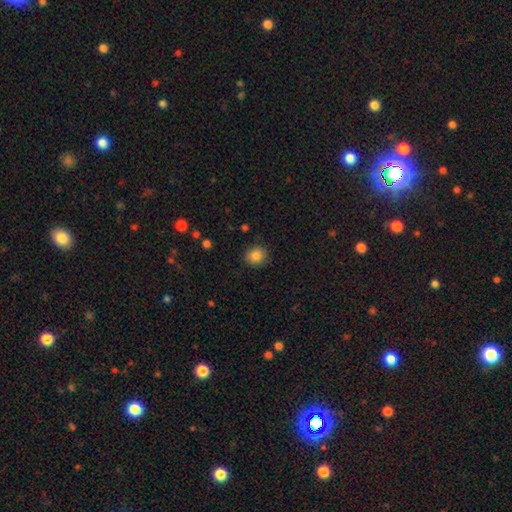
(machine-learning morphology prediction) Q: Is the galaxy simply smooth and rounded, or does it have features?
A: smooth — 86%.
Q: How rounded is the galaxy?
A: round — 81%.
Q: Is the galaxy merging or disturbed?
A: none — 87%.